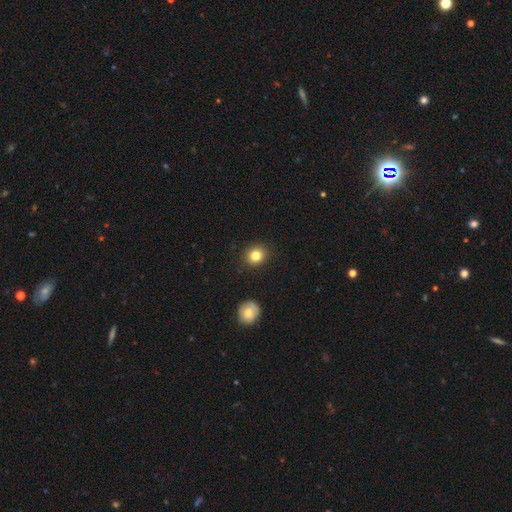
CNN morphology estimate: smooth 82%, star or artifact 11%, featured or disk 7%. Down the decision tree: how rounded — round (78%); merging — none (90%).